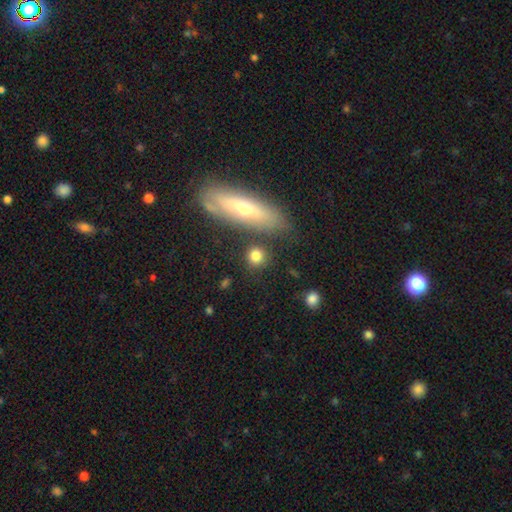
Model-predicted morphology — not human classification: This appears to be a smooth galaxy with no disk features (79%) that is round (80%). Merging: none (80%).